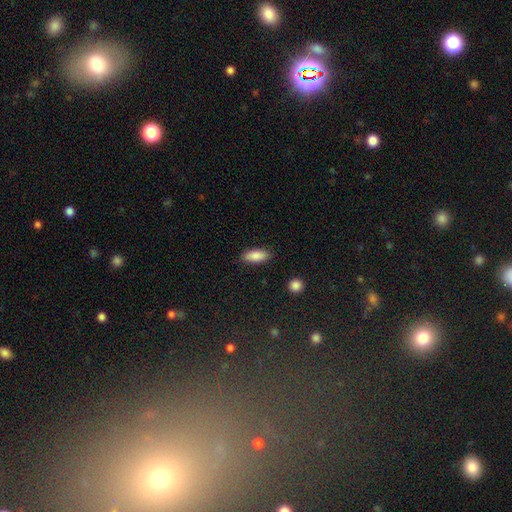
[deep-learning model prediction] The model was most divided on "how rounded": in between: 81%, cigar-shaped: 17%, round: 2%. More confident: smooth or featured — smooth (87%); merging — none (86%).